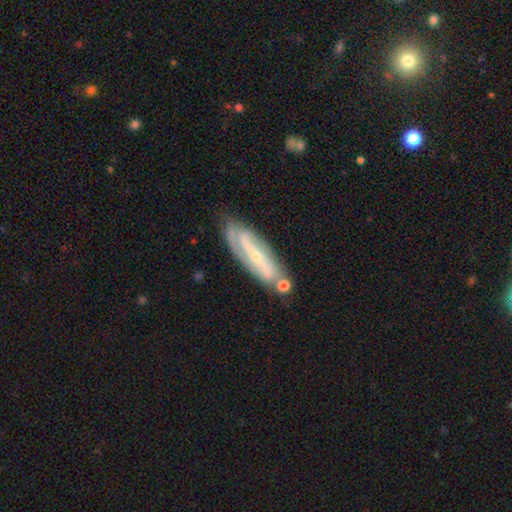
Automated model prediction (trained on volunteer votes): Overall: featured or disk (79%). Edge-on disk: no (85%). Bar: strong (35%; no 33%). Spiral arms: yes (90%). Spiral arm count: 2 (67%). Spiral winding: tight (41%; medium 39%). Bulge size: small (71%). Merging: none (67%).